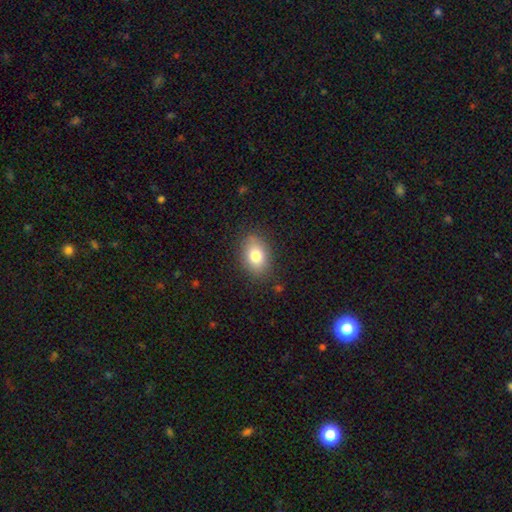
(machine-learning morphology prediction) The model was most divided on "how rounded": in between: 81%, round: 18%, cigar-shaped: 1%. More confident: merging — none (82%); smooth or featured — smooth (79%).